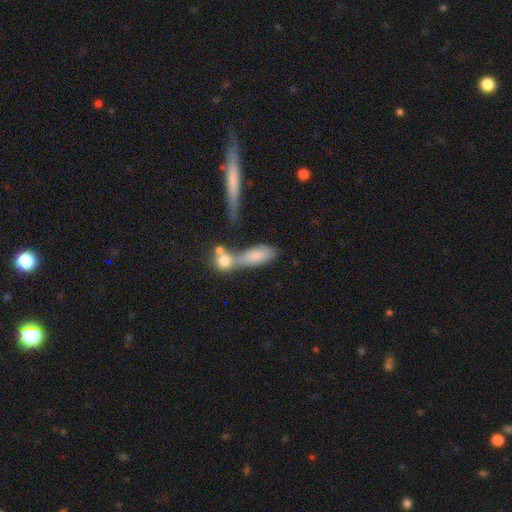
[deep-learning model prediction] The model was most divided on "merging": merger: 47%, none: 26%, minor disturbance: 14%, major disturbance: 14%. More confident: smooth or featured — smooth (73%); how rounded — in between (65%).